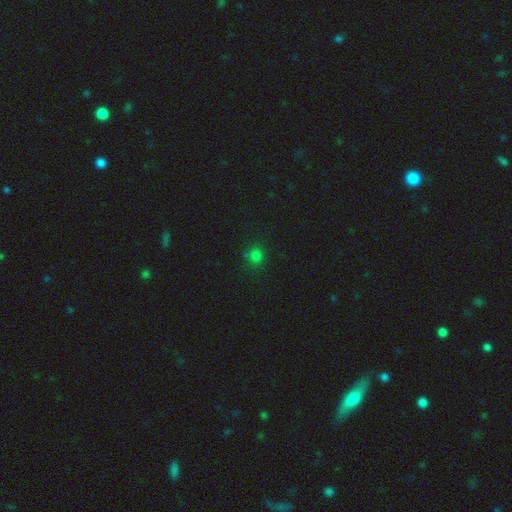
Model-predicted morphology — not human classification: The model was most divided on "smooth or featured": smooth: 74%, star or artifact: 22%, featured or disk: 4%. More confident: how rounded — round (86%); merging — none (79%).